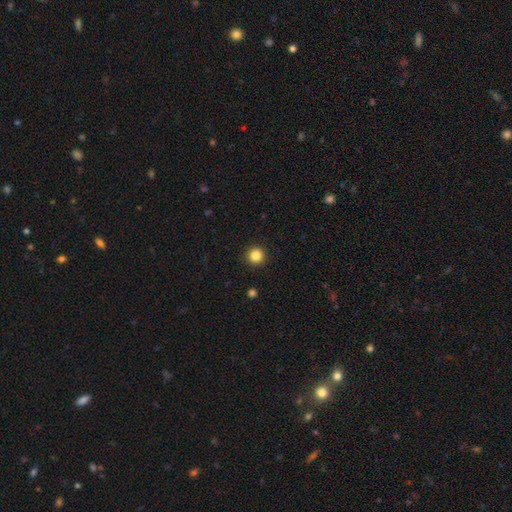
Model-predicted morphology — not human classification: Smooth or featured?
  - smooth: 85% *
  - star or artifact: 11%
  - featured or disk: 4%
How rounded?
  - round: 96% *
  - in between: 3%
  - cigar-shaped: 1%
Merging?
  - none: 93% *
  - minor disturbance: 4%
  - major disturbance: 2%
  - merger: 1%